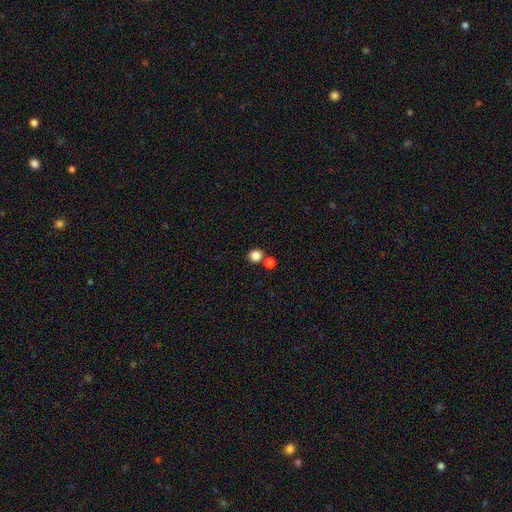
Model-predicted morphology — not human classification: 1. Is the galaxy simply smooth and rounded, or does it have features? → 84% smooth, 11% star or artifact, 5% featured or disk.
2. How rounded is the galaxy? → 83% round, 16% in between, 1% cigar-shaped.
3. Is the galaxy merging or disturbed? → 69% none, 21% merger, 7% minor disturbance, 2% major disturbance.